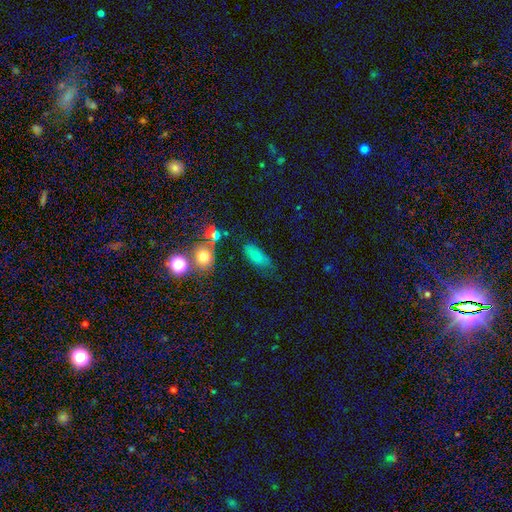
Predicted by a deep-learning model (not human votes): A smooth galaxy with no disk features (71%) that is in between round and cigar-shaped (75%). Merging: none (62%).